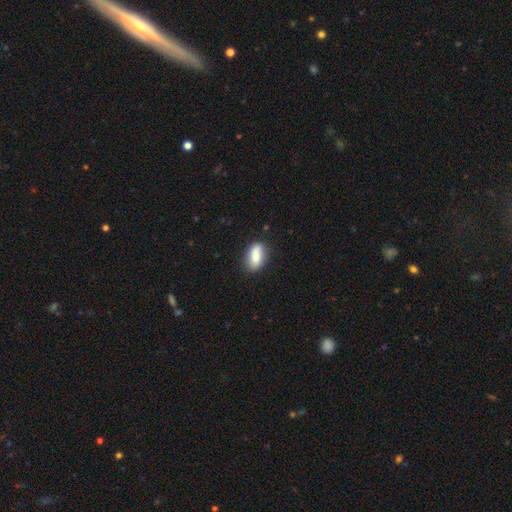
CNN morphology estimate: Smooth or featured? Predicted: smooth (p=0.83). How rounded? Predicted: in between (p=0.87). Merging? Predicted: none (p=0.79).